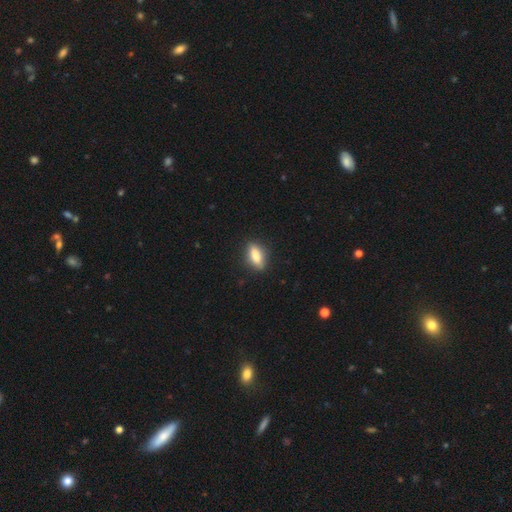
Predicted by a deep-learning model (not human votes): Morphology: type=smooth (77%); roundness=in between (64%); merging=none (85%).